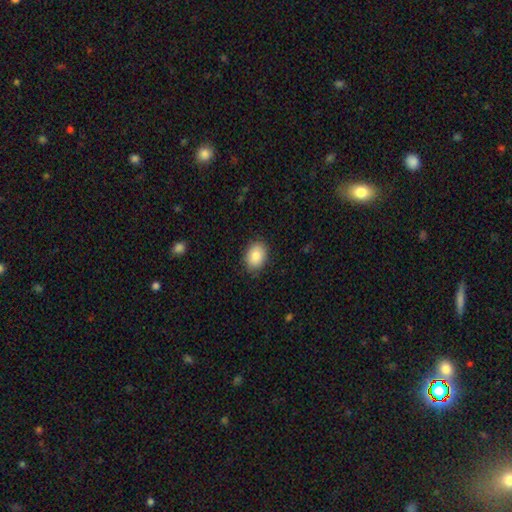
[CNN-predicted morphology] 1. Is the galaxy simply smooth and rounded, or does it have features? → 85% smooth, 7% star or artifact, 7% featured or disk.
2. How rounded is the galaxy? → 69% in between, 30% round, 1% cigar-shaped.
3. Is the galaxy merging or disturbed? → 85% none, 11% minor disturbance, 3% major disturbance, 1% merger.